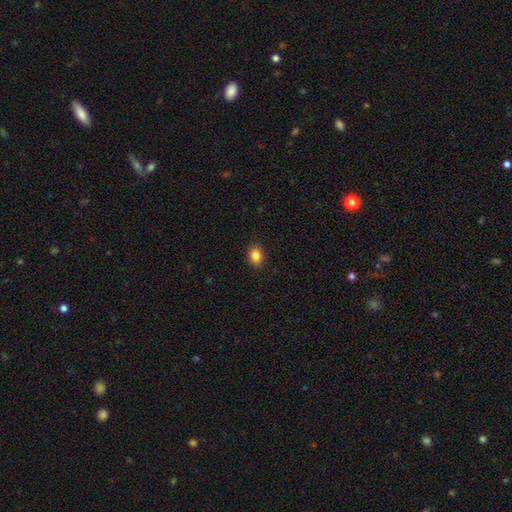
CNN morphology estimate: The model was most divided on "how rounded": in between: 70%, round: 29%, cigar-shaped: 1%. More confident: merging — none (90%); smooth or featured — smooth (85%).